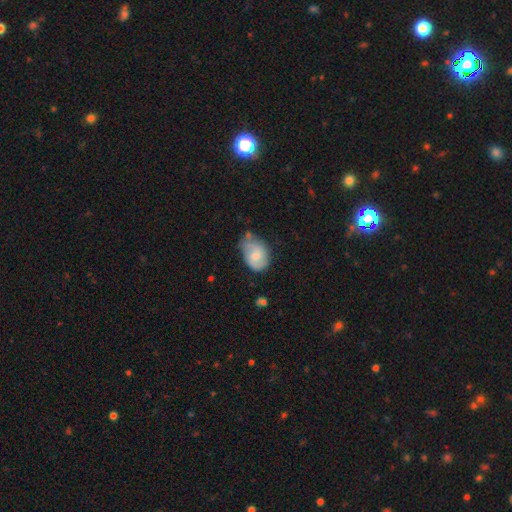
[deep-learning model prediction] Q: Smooth or featured?
A: featured or disk (47%); runner-up: smooth (46%)
Q: Merging?
A: none (46%); runner-up: minor disturbance (36%)